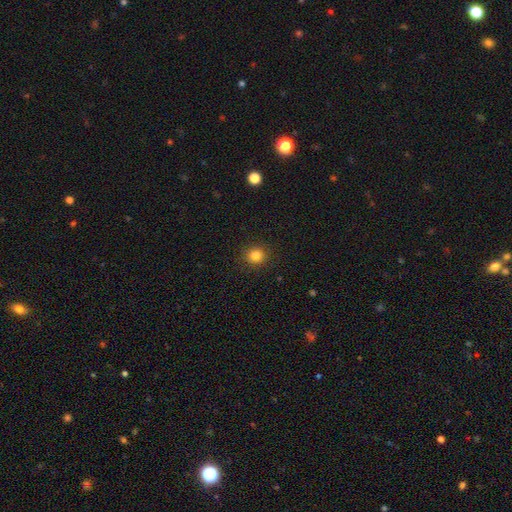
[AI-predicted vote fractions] Smooth or featured? smooth (83%)
How rounded? round (88%)
Merging? none (91%)